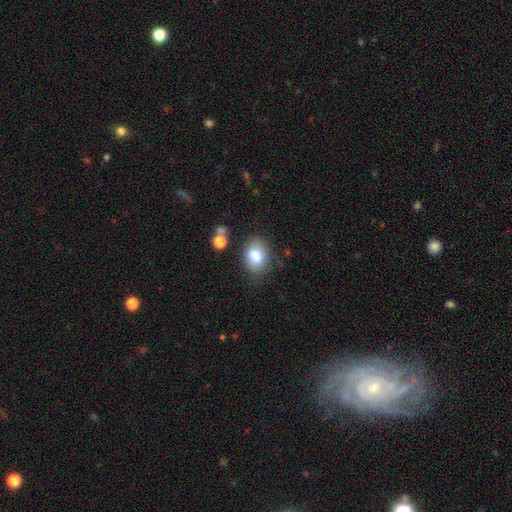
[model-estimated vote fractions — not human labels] Smooth or featured? smooth (80%)
How rounded? in between (77%)
Merging? none (71%)